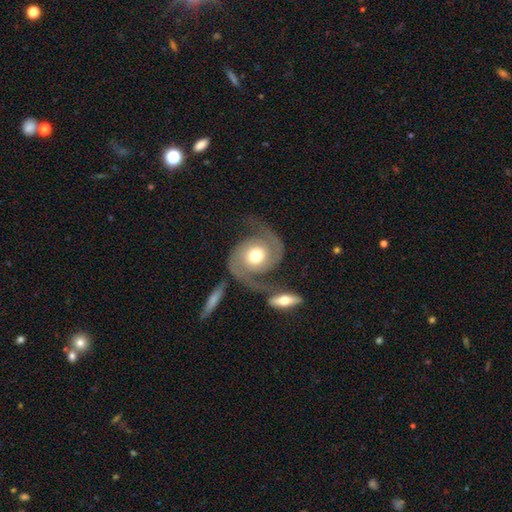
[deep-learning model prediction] featured or disk 89%, smooth 7%, star or artifact 4%. Down the decision tree: edge-on disk — no (98%); bar — no (73%); spiral arms — yes (97%); spiral arm count — 2 (94%); spiral winding — medium (50%); bulge size — moderate (73%); merging — none (59%).